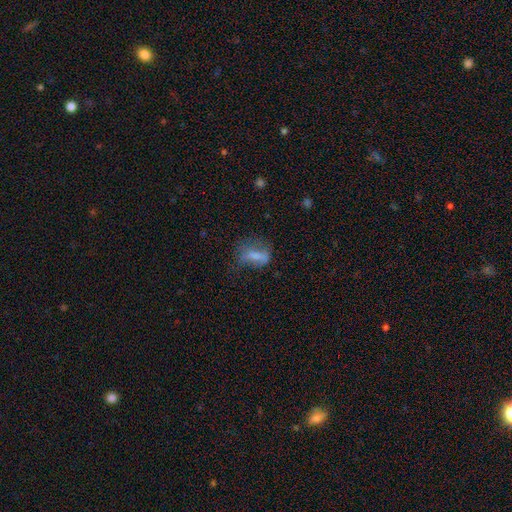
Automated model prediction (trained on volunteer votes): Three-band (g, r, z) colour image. It shows a smooth galaxy with no disk features (56%) that is in between round and cigar-shaped (75%). Merging: none (39%).